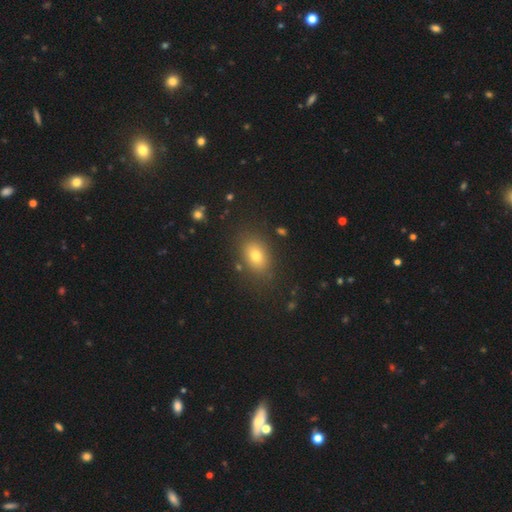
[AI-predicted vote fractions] Smooth or featured?
  - smooth: 76% *
  - star or artifact: 13%
  - featured or disk: 11%
How rounded?
  - in between: 77% *
  - round: 22%
  - cigar-shaped: 2%
Merging?
  - none: 83% *
  - minor disturbance: 11%
  - major disturbance: 4%
  - merger: 2%